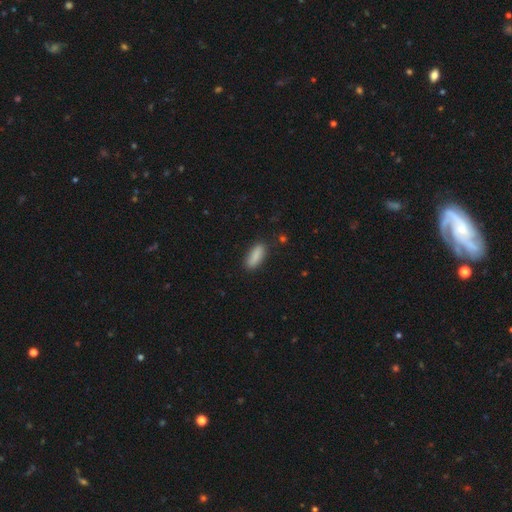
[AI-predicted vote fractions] Q: Smooth or featured?
A: smooth (88%); runner-up: star or artifact (7%)
Q: How rounded?
A: in between (69%); runner-up: cigar-shaped (29%)
Q: Merging?
A: none (84%); runner-up: minor disturbance (11%)